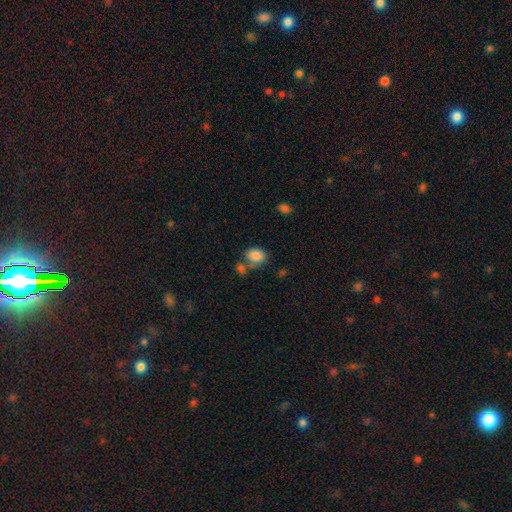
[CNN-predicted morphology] Smooth or featured: smooth — 85% (star or artifact — 8%)
How rounded: in between — 70% (round — 29%)
Merging: none — 51% (merger — 26%)